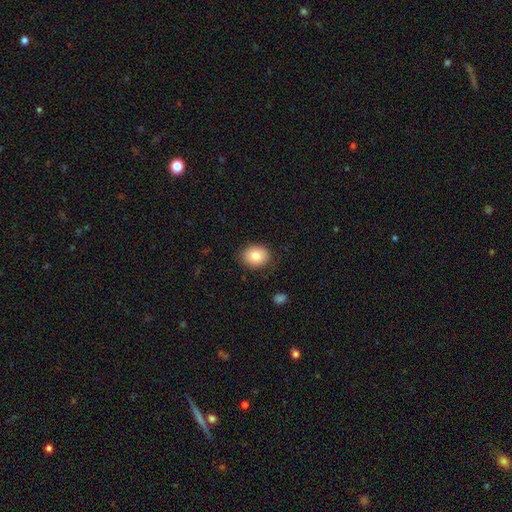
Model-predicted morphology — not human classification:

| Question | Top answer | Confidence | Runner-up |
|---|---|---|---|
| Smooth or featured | smooth | 81% | featured or disk (10%) |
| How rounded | round | 55% | in between (44%) |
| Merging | none | 86% | minor disturbance (11%) |